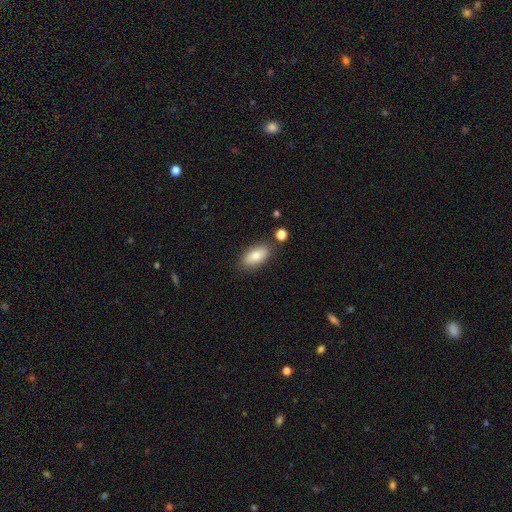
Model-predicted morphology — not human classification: Smooth or featured? smooth (80%)
How rounded? in between (90%)
Merging? none (80%)